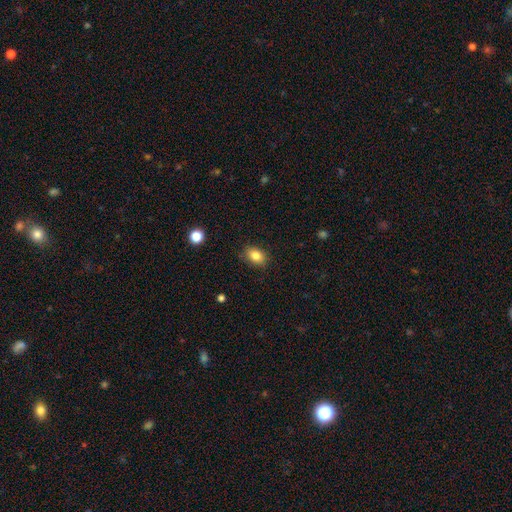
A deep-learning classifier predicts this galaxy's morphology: Q: Smooth or featured?
A: smooth (85%); runner-up: star or artifact (9%)
Q: How rounded?
A: in between (71%); runner-up: round (28%)
Q: Merging?
A: none (85%); runner-up: minor disturbance (12%)